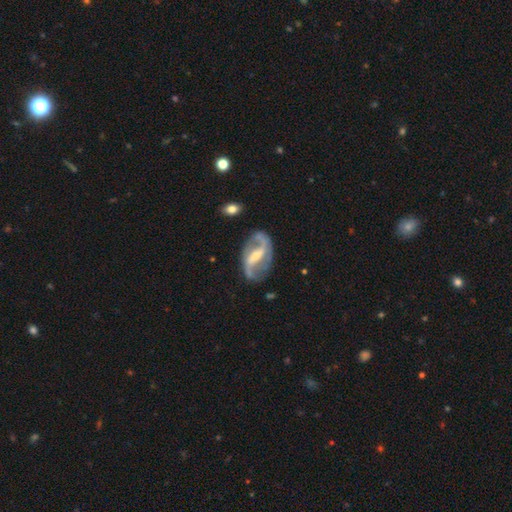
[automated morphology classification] featured or disk 88%, smooth 7%, star or artifact 5%. Down the decision tree: edge-on disk — no (96%); bar — strong (54%); spiral arms — yes (93%); spiral arm count — 2 (90%); spiral winding — loose (49%); bulge size — small (51%); merging — none (74%).